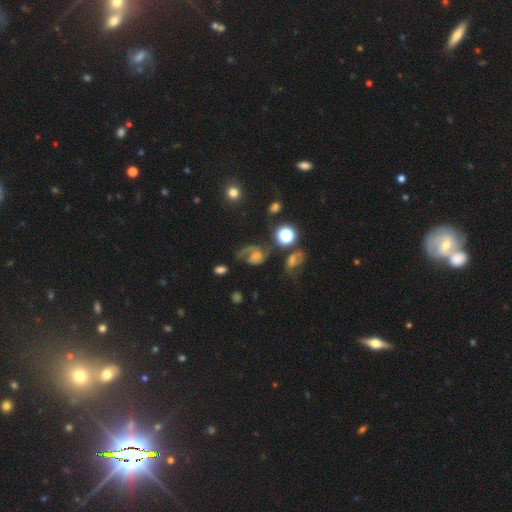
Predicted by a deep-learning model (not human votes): Q: Smooth or featured?
A: featured or disk (65%); runner-up: smooth (21%)
Q: Edge-on disk?
A: no (97%); runner-up: yes (3%)
Q: Bar?
A: no (63%); runner-up: weak (31%)
Q: Spiral arms?
A: yes (88%); runner-up: no (12%)
Q: Spiral winding?
A: medium (45%); runner-up: loose (33%)
Q: Spiral arm count?
A: 1 (53%); runner-up: 2 (34%)
Q: Bulge size?
A: moderate (40%); runner-up: small (36%)
Q: Merging?
A: none (40%); runner-up: major disturbance (32%)